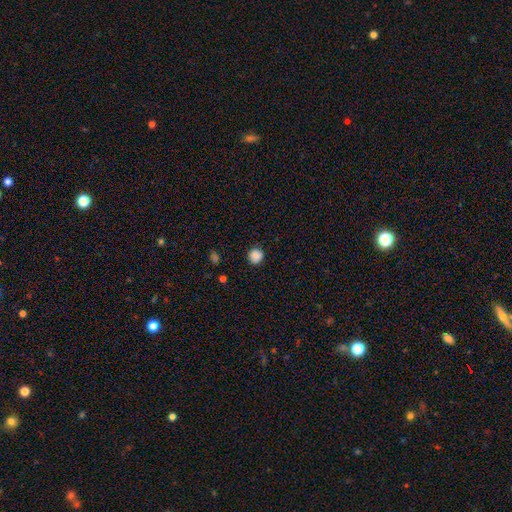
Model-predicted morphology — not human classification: Smooth or featured?
  - smooth: 86% *
  - star or artifact: 11%
  - featured or disk: 4%
How rounded?
  - round: 88% *
  - in between: 11%
  - cigar-shaped: 1%
Merging?
  - none: 84% *
  - minor disturbance: 12%
  - major disturbance: 3%
  - merger: 1%